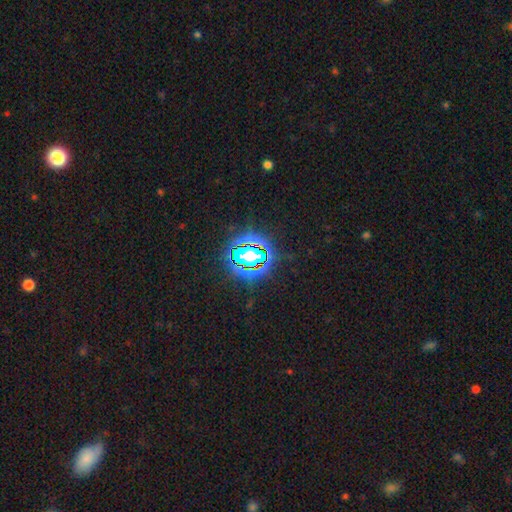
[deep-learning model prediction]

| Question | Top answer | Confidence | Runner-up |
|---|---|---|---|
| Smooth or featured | star or artifact | 79% | smooth (12%) |